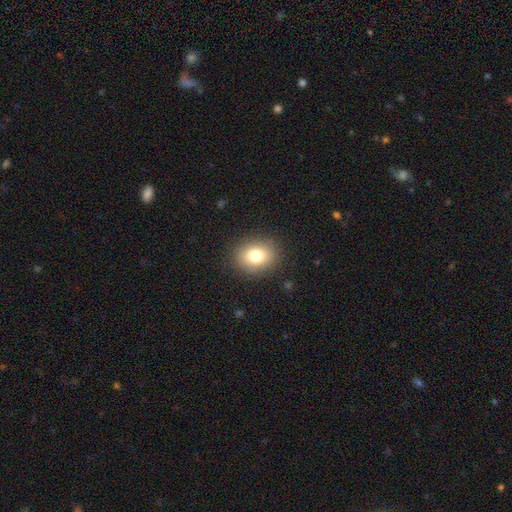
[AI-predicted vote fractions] smooth_or_featured: smooth (p=0.79) [alt: star or artifact p=0.11]
how_rounded: round (p=0.50) [alt: in between p=0.49]
merging: none (p=0.88) [alt: minor disturbance p=0.08]